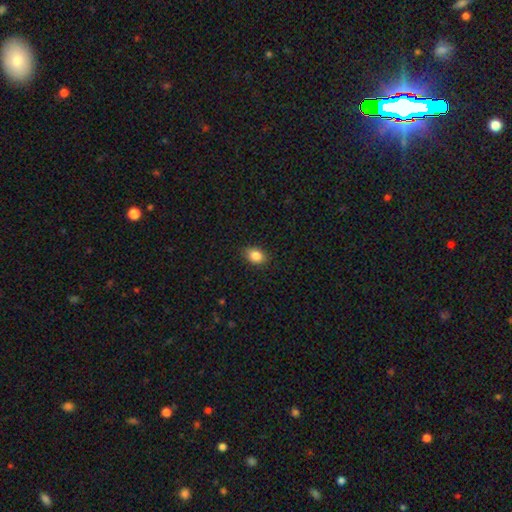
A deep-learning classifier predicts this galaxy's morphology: This is clearly a smooth galaxy (86%). How rounded: likely in between (75%). Merging: clearly none (86%).